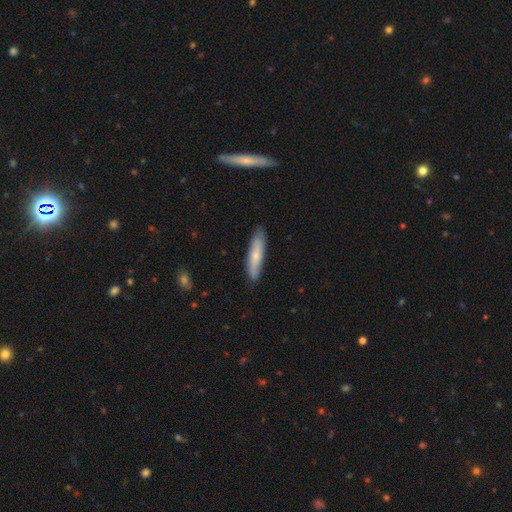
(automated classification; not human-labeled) A smooth galaxy with no disk features (66%) that is cigar-shaped (83%). Merging: none (84%).